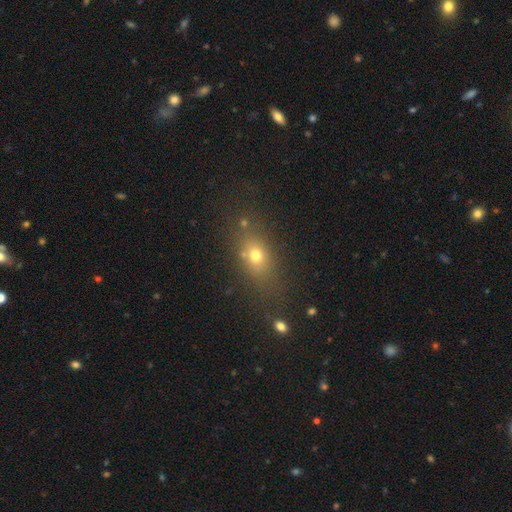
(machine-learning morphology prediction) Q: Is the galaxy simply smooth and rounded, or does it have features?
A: smooth — 66%.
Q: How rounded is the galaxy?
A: in between — 62%.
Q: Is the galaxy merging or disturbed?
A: none — 70%.